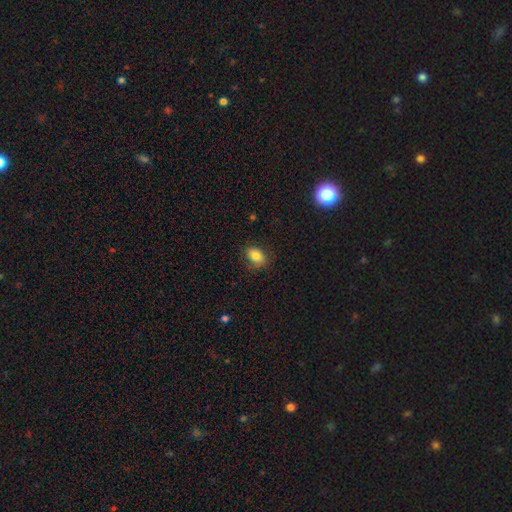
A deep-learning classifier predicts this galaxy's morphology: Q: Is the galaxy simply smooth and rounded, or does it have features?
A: smooth — 82%.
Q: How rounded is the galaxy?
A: in between — 80%.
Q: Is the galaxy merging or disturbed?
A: none — 78%.